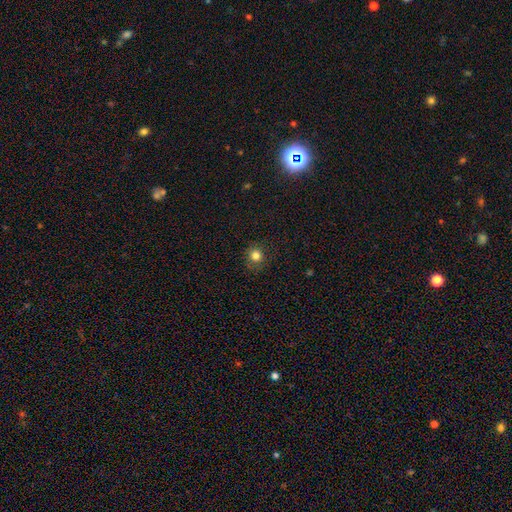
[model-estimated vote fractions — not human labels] Smooth or featured?
  - smooth: 81% *
  - star or artifact: 13%
  - featured or disk: 6%
How rounded?
  - round: 90% *
  - in between: 9%
  - cigar-shaped: 1%
Merging?
  - none: 86% *
  - minor disturbance: 10%
  - major disturbance: 3%
  - merger: 1%